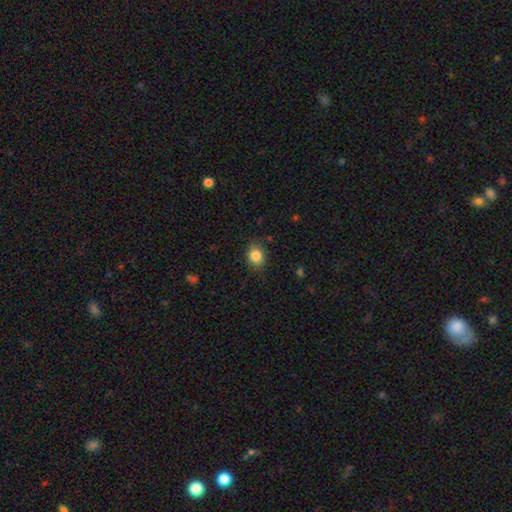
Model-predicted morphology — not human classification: A smooth galaxy with no disk features (85%) that is round (51%).

Vote fractions:
- Smooth or featured? smooth: 85% / star or artifact: 10% / featured or disk: 6%
- How rounded? round: 51% / in between: 48% / cigar-shaped: 1%
- Merging? none: 84% / minor disturbance: 12% / major disturbance: 3% / merger: 1%